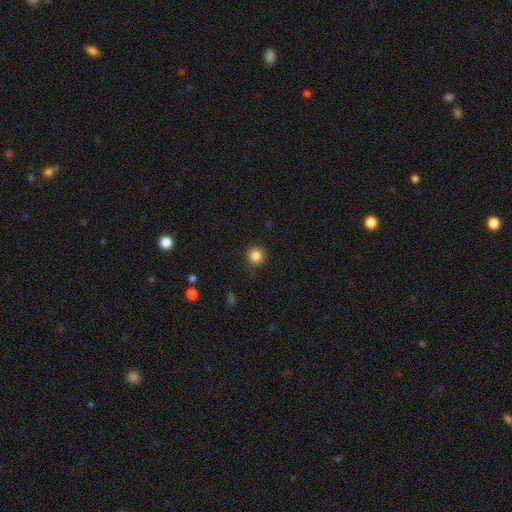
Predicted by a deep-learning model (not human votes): smooth 84%, star or artifact 11%, featured or disk 4%. Down the decision tree: how rounded — round (94%); merging — none (89%).